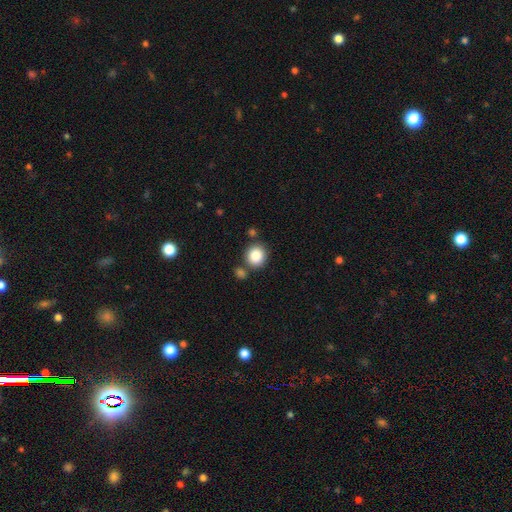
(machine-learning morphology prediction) Smooth or featured? Predicted: smooth (p=0.86). How rounded? Predicted: round (p=0.84). Merging? Predicted: none (p=0.75).